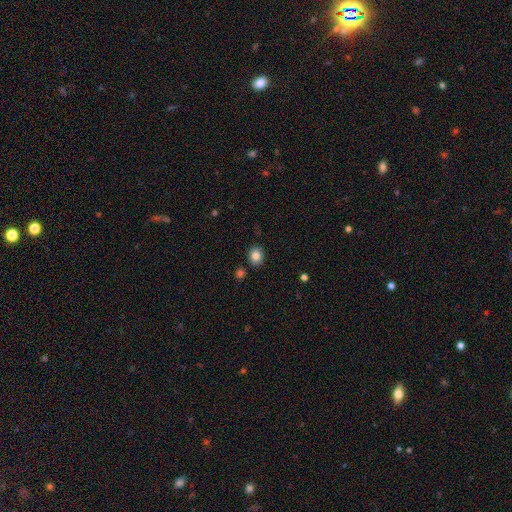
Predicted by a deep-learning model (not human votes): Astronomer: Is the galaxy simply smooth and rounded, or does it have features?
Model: smooth — 84%.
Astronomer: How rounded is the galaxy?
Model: round — 67%.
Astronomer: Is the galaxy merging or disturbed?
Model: none — 86%.